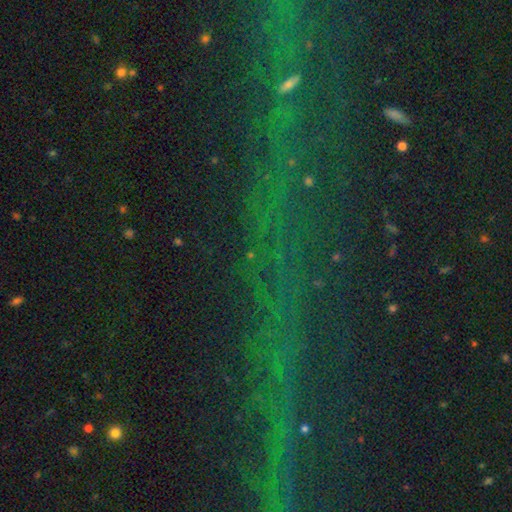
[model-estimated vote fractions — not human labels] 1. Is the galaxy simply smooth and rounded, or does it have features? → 75% star or artifact, 13% featured or disk, 12% smooth.